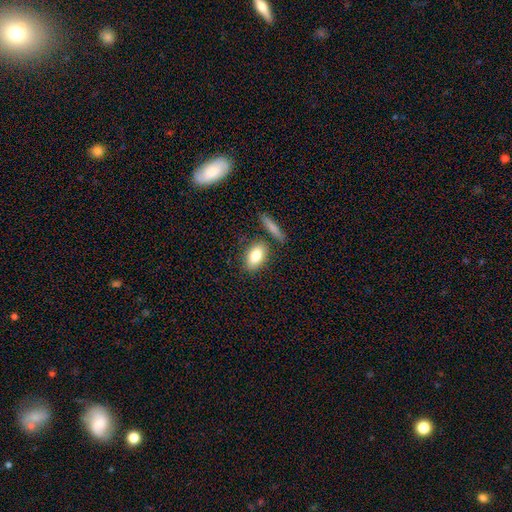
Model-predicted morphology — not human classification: smooth_or_featured: smooth (p=0.82) [alt: featured or disk p=0.11]
how_rounded: in between (p=0.87) [alt: round p=0.08]
merging: none (p=0.75) [alt: minor disturbance p=0.12]